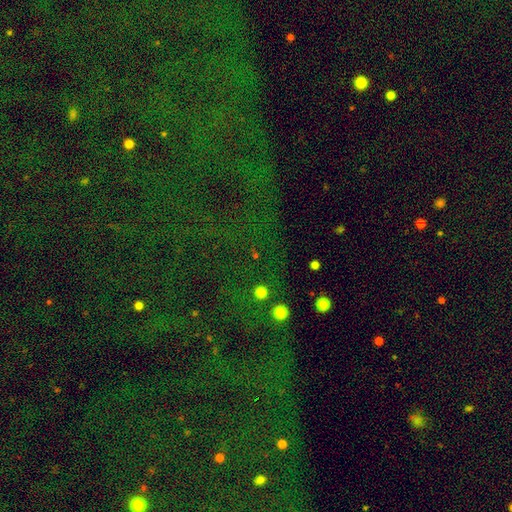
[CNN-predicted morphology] Q: Smooth or featured?
A: star or artifact (69%); runner-up: smooth (23%)